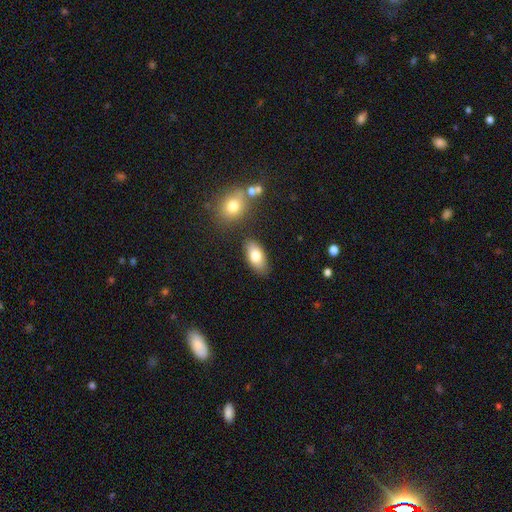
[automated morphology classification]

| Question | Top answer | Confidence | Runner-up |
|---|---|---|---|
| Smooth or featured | smooth | 79% | featured or disk (14%) |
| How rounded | in between | 92% | cigar-shaped (4%) |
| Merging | none | 81% | minor disturbance (12%) |